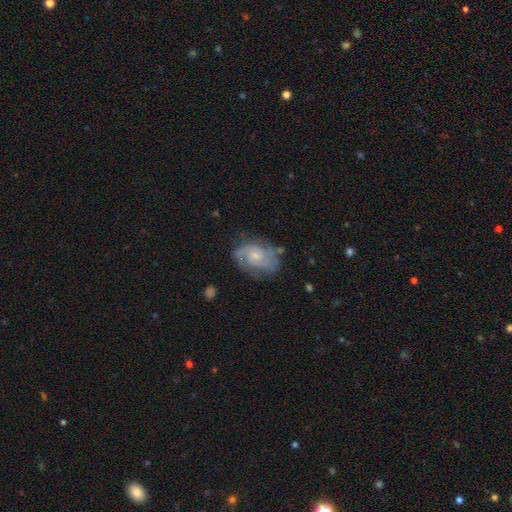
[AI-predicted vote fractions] Smooth or featured? featured or disk (81%)
Edge-on disk? no (97%)
Bar? no (60%)
Spiral arms? yes (94%)
Spiral winding? tight (44%)
Spiral arm count? 2 (67%)
Bulge size? small (58%)
Merging? none (69%)